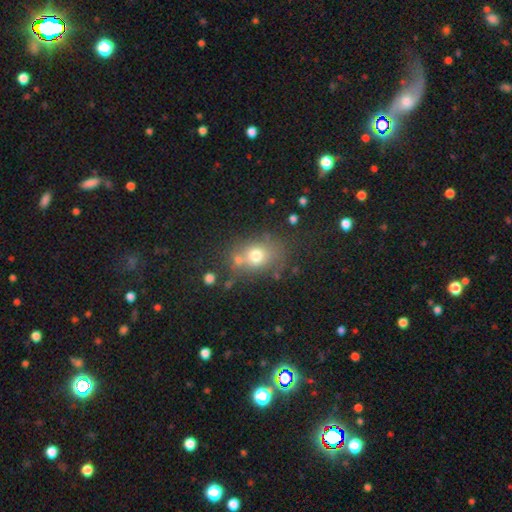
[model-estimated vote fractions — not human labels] A smooth galaxy with no disk features (72%) that is round (52%).

Vote fractions:
- Smooth or featured? smooth: 72% / star or artifact: 14% / featured or disk: 14%
- How rounded? round: 52% / in between: 46% / cigar-shaped: 1%
- Merging? none: 60% / merger: 18% / minor disturbance: 15% / major disturbance: 7%